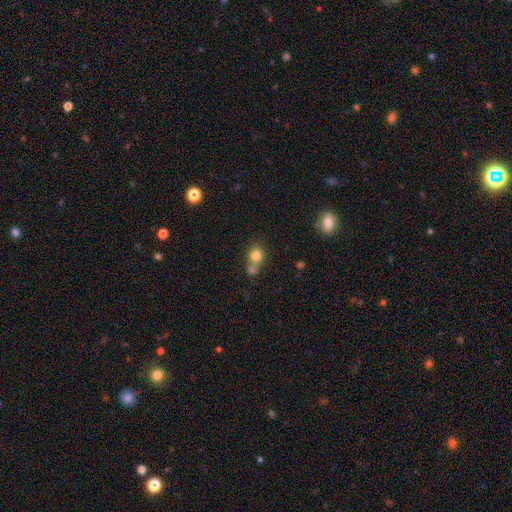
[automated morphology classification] smooth_or_featured: smooth (p=0.78) [alt: star or artifact p=0.12]
how_rounded: round (p=0.77) [alt: in between p=0.22]
merging: merger (p=0.43) [tied with: none p=0.43]